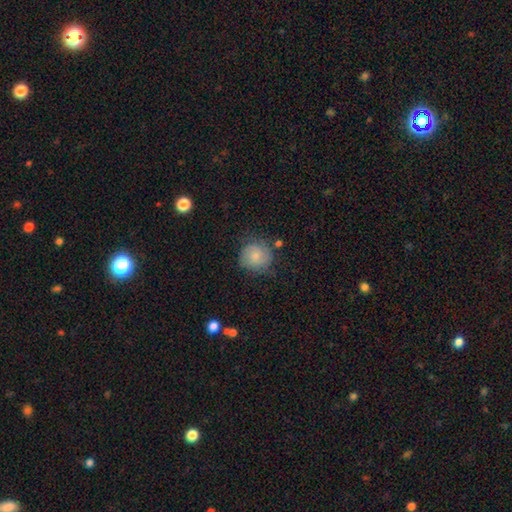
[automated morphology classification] This appears to be a smooth galaxy with no disk features (66%) that is round (88%). Merging: none (70%).